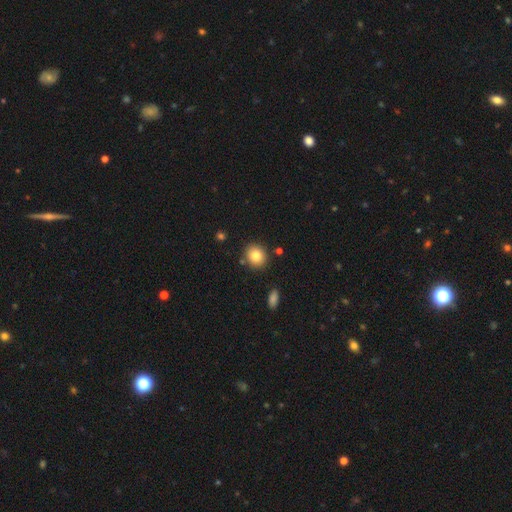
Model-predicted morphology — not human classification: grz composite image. It shows a smooth galaxy with no disk features (82%) that is round (76%). Merging: none (85%).